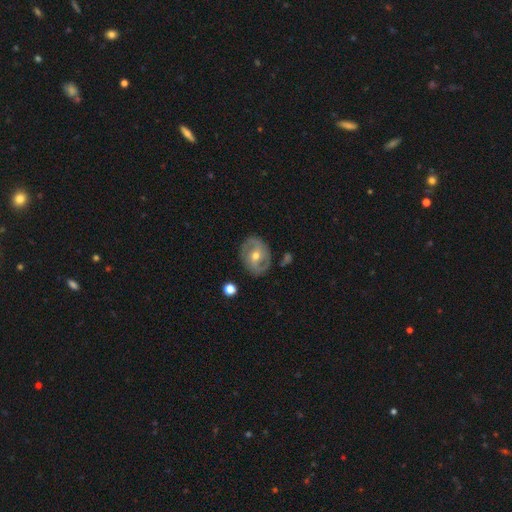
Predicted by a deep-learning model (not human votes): smooth-or-featured: featured or disk: 77% | smooth: 17% | star or artifact: 6%
  disk-edge-on: no: 96% | yes: 4%
    bar: weak: 42% | no: 35% | strong: 23%
    has-spiral-arms: yes: 83% | no: 17%
      spiral-winding: medium: 47% | tight: 34% | loose: 19%
      spiral-arm-count: 2: 84% | can't tell: 9% | 3: 3% | 1: 2% | 4: 1% | more than 4: 1%
    bulge-size: moderate: 67% | small: 29% | large: 3% | none: 1% | dominant: 1%
  merging: none: 80% | minor disturbance: 14% | major disturbance: 4% | merger: 2%